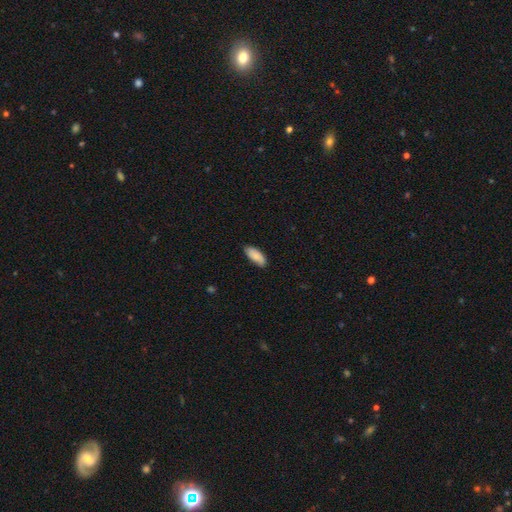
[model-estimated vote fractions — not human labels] This is clearly a smooth galaxy (86%). How rounded: clearly in between (81%). Merging: clearly none (80%).